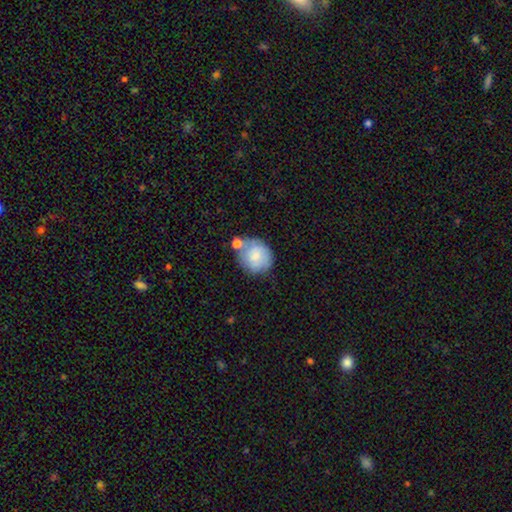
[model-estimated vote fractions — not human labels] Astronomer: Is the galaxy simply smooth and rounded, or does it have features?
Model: smooth — 72%.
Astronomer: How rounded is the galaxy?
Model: round — 79%.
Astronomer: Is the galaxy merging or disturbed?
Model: none — 48%.